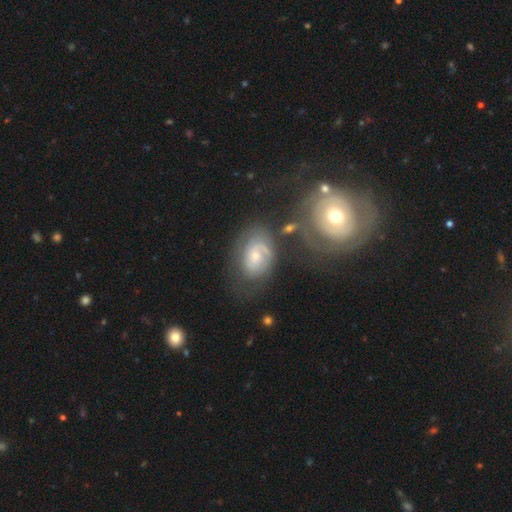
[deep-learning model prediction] Smooth or featured?
  - featured or disk: 70% *
  - smooth: 22%
  - star or artifact: 8%
Edge-on disk?
  - no: 96% *
  - yes: 4%
Bar?
  - no: 68% *
  - weak: 27%
  - strong: 5%
Spiral arms?
  - yes: 87% *
  - no: 13%
Spiral winding?
  - tight: 60% *
  - medium: 29%
  - loose: 11%
Spiral arm count?
  - can't tell: 36% *
  - 2: 35%
  - 1: 13%
  - 3: 10%
  - 4: 3%
  - more than 4: 3%
Bulge size?
  - small: 59% *
  - moderate: 35%
  - large: 3%
  - none: 2%
  - dominant: 1%
Merging?
  - none: 54% *
  - minor disturbance: 21%
  - major disturbance: 14%
  - merger: 11%